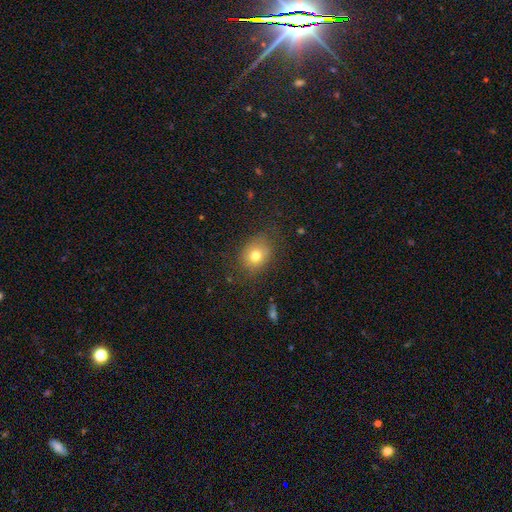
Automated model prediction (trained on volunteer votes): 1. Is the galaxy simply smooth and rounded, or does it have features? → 75% smooth, 13% star or artifact, 12% featured or disk.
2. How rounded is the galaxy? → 51% round, 48% in between, 1% cigar-shaped.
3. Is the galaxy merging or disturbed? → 77% none, 16% minor disturbance, 6% major disturbance, 1% merger.